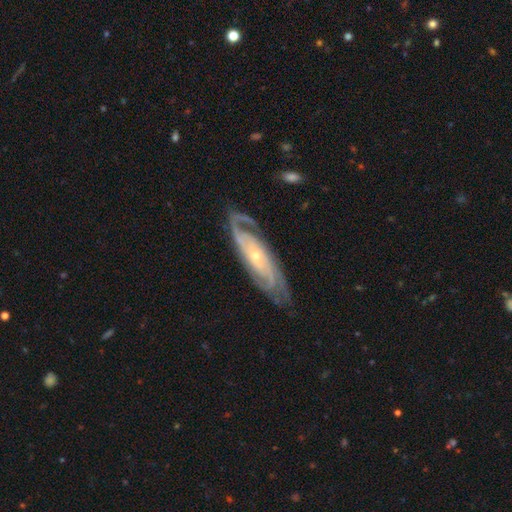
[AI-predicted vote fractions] smooth-or-featured: featured or disk: 88% | smooth: 7% | star or artifact: 5%
  disk-edge-on: no: 88% | yes: 12%
    bar: no: 70% | weak: 21% | strong: 10%
    has-spiral-arms: yes: 97% | no: 3%
      spiral-winding: tight: 62% | medium: 31% | loose: 7%
      spiral-arm-count: 2: 43% | can't tell: 21% | 3: 19% | 4: 8% | more than 4: 5% | 1: 5%
    bulge-size: small: 72% | moderate: 24% | large: 1% | none: 1% | dominant: 1%
  merging: none: 77% | minor disturbance: 16% | major disturbance: 6% | merger: 2%